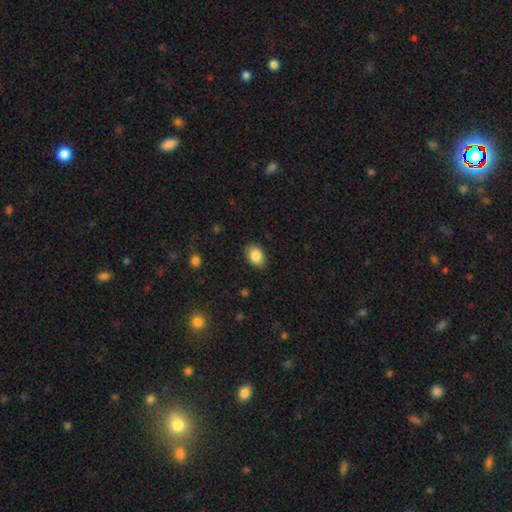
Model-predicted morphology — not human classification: smooth-or-featured: smooth: 86% | star or artifact: 8% | featured or disk: 6%
  how-rounded: in between: 84% | round: 15% | cigar-shaped: 1%
  merging: none: 86% | minor disturbance: 10% | major disturbance: 2% | merger: 1%